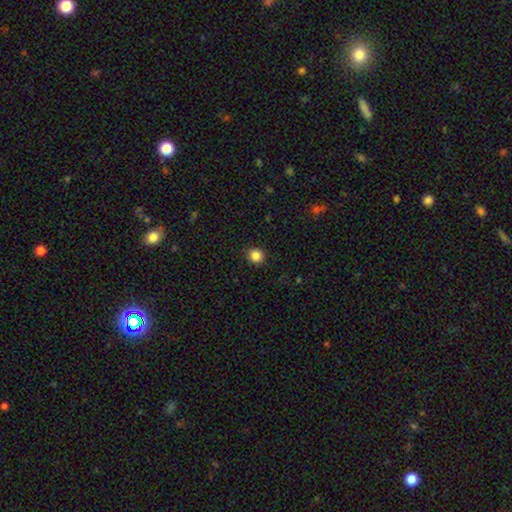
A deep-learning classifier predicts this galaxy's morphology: This is clearly a smooth galaxy (85%). How rounded: clearly round (90%). Merging: clearly none (91%).